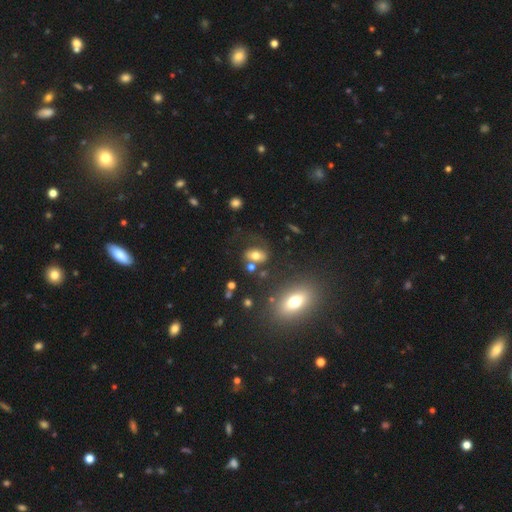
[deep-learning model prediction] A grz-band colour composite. It shows a smooth galaxy with no disk features (56%) that is in between round and cigar-shaped (75%). Merging: none (49%).